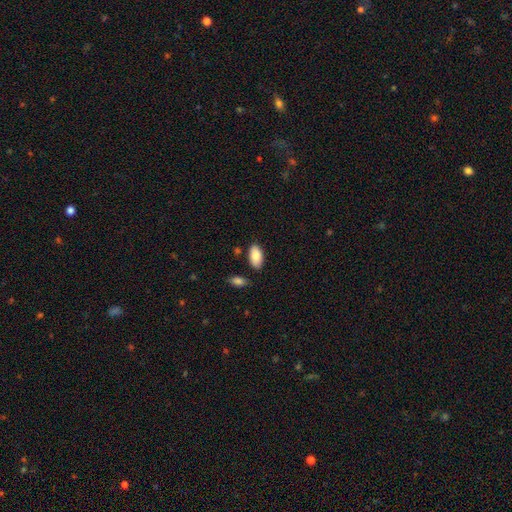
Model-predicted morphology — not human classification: Smooth or featured?
  - smooth: 87% *
  - featured or disk: 7%
  - star or artifact: 6%
How rounded?
  - in between: 95% *
  - cigar-shaped: 3%
  - round: 2%
Merging?
  - none: 82% *
  - minor disturbance: 12%
  - merger: 4%
  - major disturbance: 2%